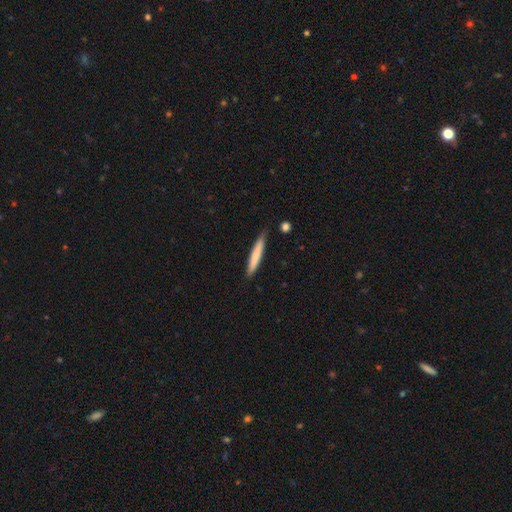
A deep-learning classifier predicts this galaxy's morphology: A smooth galaxy with no disk features (72%) that is cigar-shaped (95%).

Vote fractions:
- Smooth or featured? smooth: 72% / featured or disk: 22% / star or artifact: 5%
- How rounded? cigar-shaped: 95% / in between: 4% / round: 1%
- Merging? none: 83% / minor disturbance: 13% / merger: 2% / major disturbance: 2%